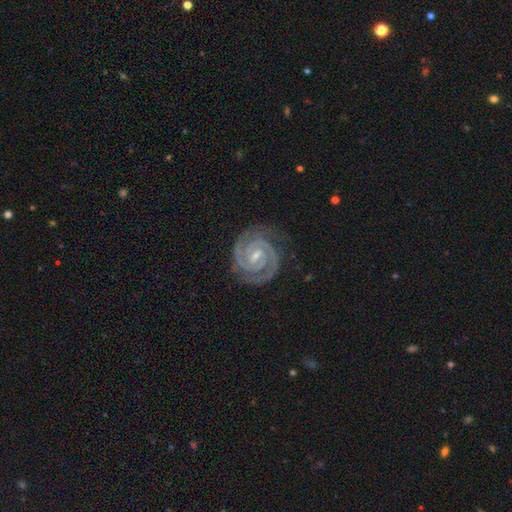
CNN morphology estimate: This is clearly a featured or disk galaxy (94%). It is clearly not viewed edge-on (98%). Bar: possibly weak (49%). Spiral arm pattern: clearly yes (99%). Spiral arm count: clearly 2 (88%). Spiral winding: clearly tight (81%). Central bulge: likely small (64%). Merging: clearly none (82%).